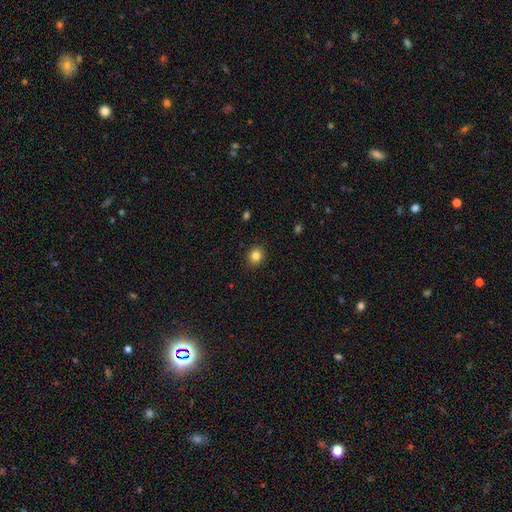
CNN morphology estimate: Overall: smooth (84%). How rounded: round (76%). Merging: none (91%).